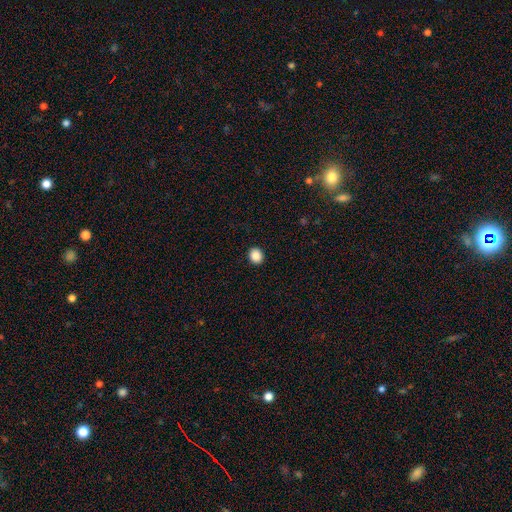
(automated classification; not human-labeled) Smooth or featured? smooth (88%)
How rounded? round (71%)
Merging? none (92%)